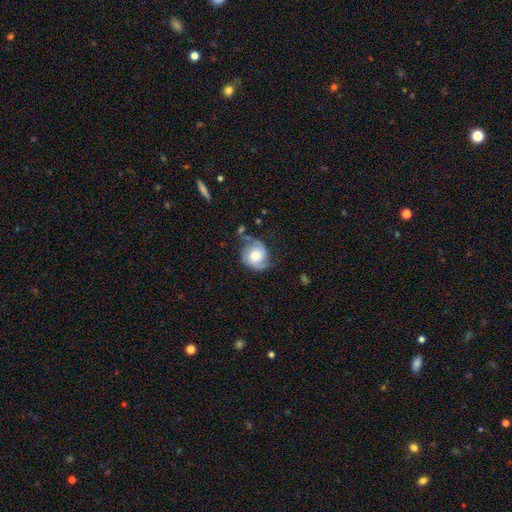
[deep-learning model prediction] Overall: featured or disk (65%; smooth 28%). Edge-on disk: no (98%). Bar: no (68%). Spiral arms: yes (91%). Spiral arm count: 2 (81%). Spiral winding: medium (44%; tight 34%). Bulge size: moderate (51%; large 28%). Merging: none (56%; minor disturbance 27%).